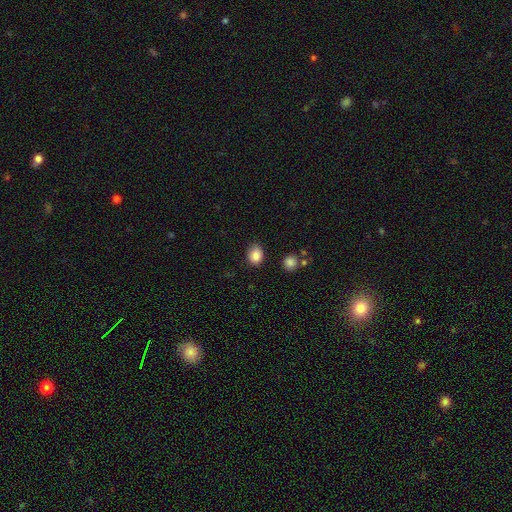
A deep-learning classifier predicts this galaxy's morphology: Smooth or featured: smooth — 85% (star or artifact — 10%)
How rounded: round — 51% (in between — 48%)
Merging: none — 77% (minor disturbance — 17%)